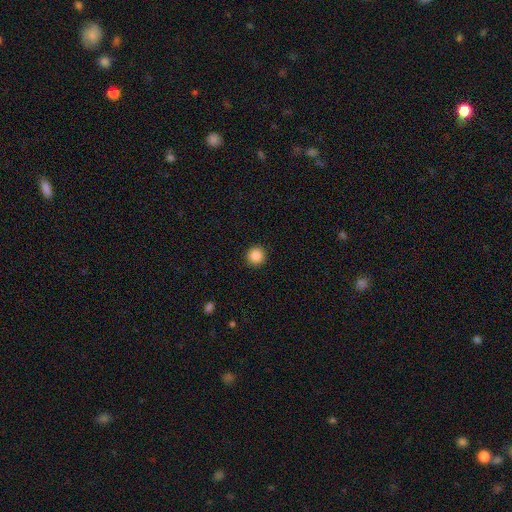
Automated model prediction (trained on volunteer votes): Q: Smooth or featured?
A: smooth (87%); runner-up: star or artifact (9%)
Q: How rounded?
A: round (96%); runner-up: in between (3%)
Q: Merging?
A: none (93%); runner-up: minor disturbance (4%)